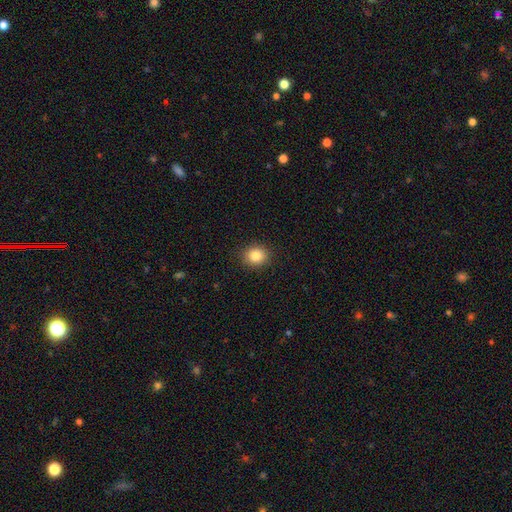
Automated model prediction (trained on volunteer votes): Smooth or featured: smooth — 84% (star or artifact — 10%)
How rounded: round — 71% (in between — 28%)
Merging: none — 90% (minor disturbance — 7%)